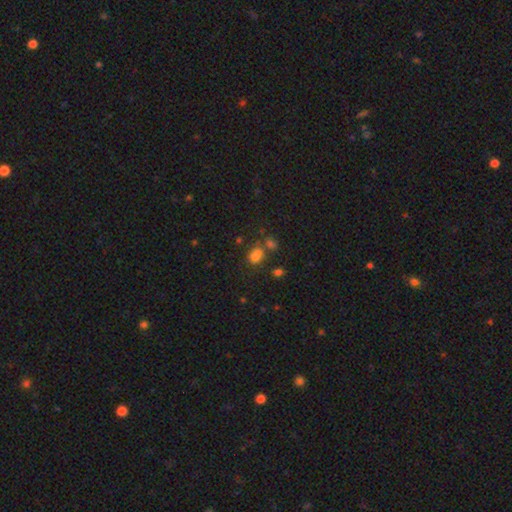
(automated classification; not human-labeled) smooth-or-featured: smooth: 64% | star or artifact: 24% | featured or disk: 12%
  how-rounded: round: 63% | in between: 36% | cigar-shaped: 1%
  merging: none: 43% | merger: 41% | minor disturbance: 11% | major disturbance: 5%